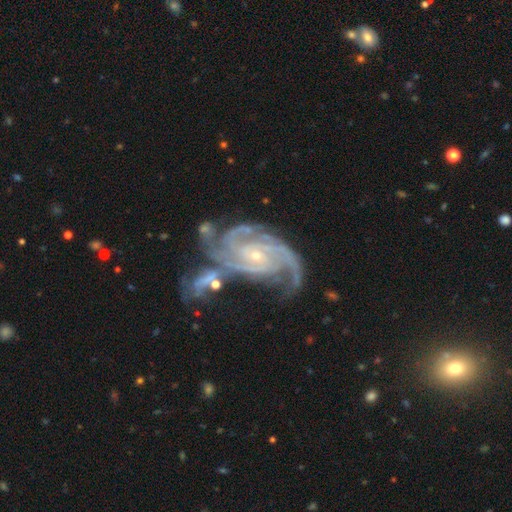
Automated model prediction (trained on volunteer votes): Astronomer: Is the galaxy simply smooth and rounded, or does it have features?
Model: featured or disk — 92%.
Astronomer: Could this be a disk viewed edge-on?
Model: no — 97%.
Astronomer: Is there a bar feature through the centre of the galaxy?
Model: no — 53% (runner-up: weak, 31%).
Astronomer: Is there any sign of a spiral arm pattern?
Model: yes — 99%.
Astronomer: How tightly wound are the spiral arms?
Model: tight — 56% (runner-up: medium, 37%).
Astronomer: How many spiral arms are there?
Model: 3 — 37% (runner-up: 4, 19%).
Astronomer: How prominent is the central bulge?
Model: small — 78%.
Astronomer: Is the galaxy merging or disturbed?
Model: none — 38% (runner-up: merger, 29%).